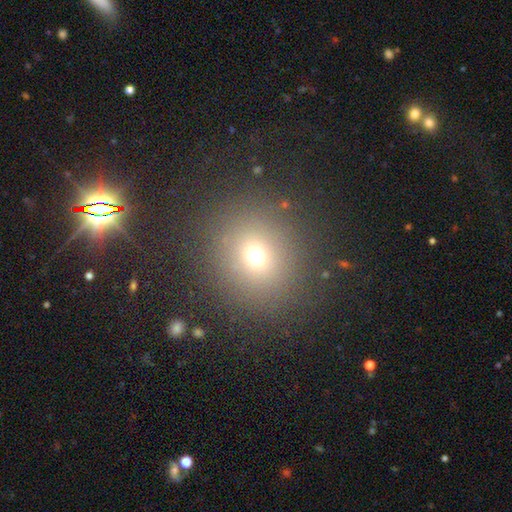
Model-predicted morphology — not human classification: A smooth galaxy with no disk features (68%) that is round (85%).

Vote fractions:
- Smooth or featured? smooth: 68% / star or artifact: 23% / featured or disk: 10%
- How rounded? round: 85% / in between: 14% / cigar-shaped: 1%
- Merging? none: 86% / minor disturbance: 7% / major disturbance: 5% / merger: 2%